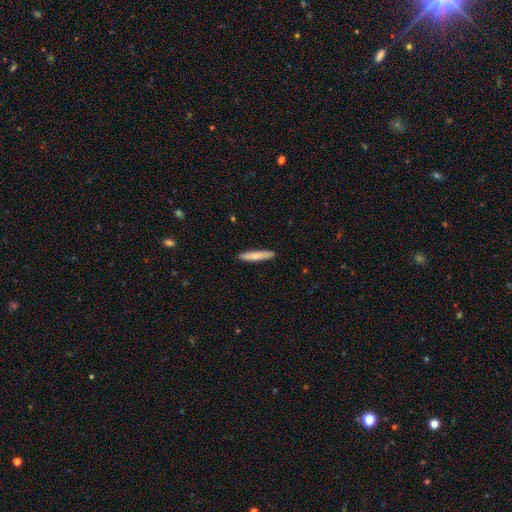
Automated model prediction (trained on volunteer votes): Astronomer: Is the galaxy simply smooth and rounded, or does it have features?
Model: smooth — 73%.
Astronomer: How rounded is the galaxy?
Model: cigar-shaped — 91%.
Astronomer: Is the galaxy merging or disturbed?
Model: none — 91%.